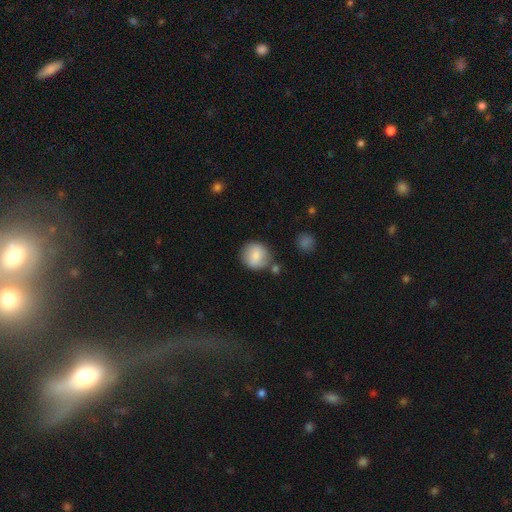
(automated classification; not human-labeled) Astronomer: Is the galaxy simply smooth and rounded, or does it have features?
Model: smooth — 83%.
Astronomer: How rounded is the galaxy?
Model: round — 90%.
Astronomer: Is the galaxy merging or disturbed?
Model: none — 74%.